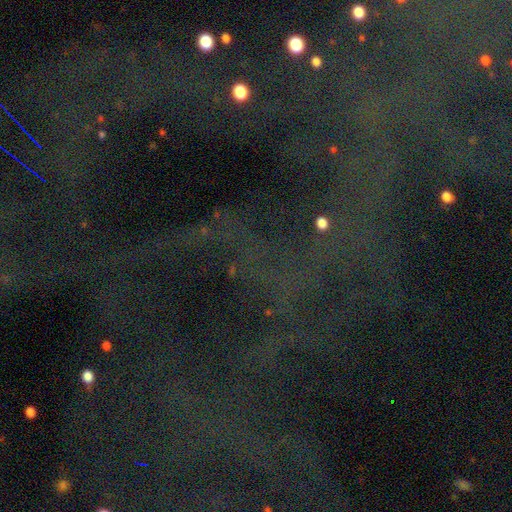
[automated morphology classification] smooth_or_featured: star or artifact (p=0.79) [alt: featured or disk p=0.11]